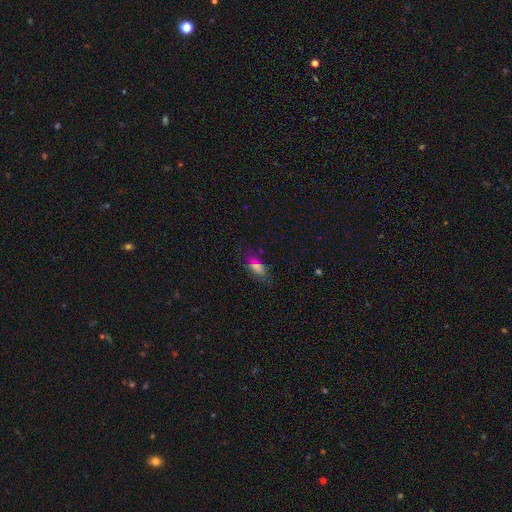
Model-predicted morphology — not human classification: smooth 67%, star or artifact 20%, featured or disk 14%. Down the decision tree: how rounded — in between (76%); merging — none (72%).